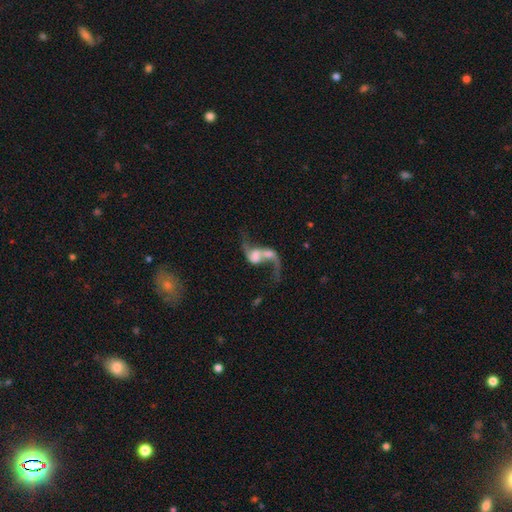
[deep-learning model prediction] smooth-or-featured: featured or disk: 75% | smooth: 16% | star or artifact: 9%
  disk-edge-on: no: 96% | yes: 4%
    bar: no: 51% | weak: 33% | strong: 16%
    has-spiral-arms: yes: 83% | no: 17%
      spiral-winding: loose: 90% | medium: 8% | tight: 2%
      spiral-arm-count: 2: 77% | 1: 18% | can't tell: 3% | 3: 1% | 4: 1% | more than 4: 1%
    bulge-size: none: 32% | moderate: 24% | small: 20% | large: 18% | dominant: 6%
  merging: merger: 51% | none: 23% | major disturbance: 17% | minor disturbance: 8%